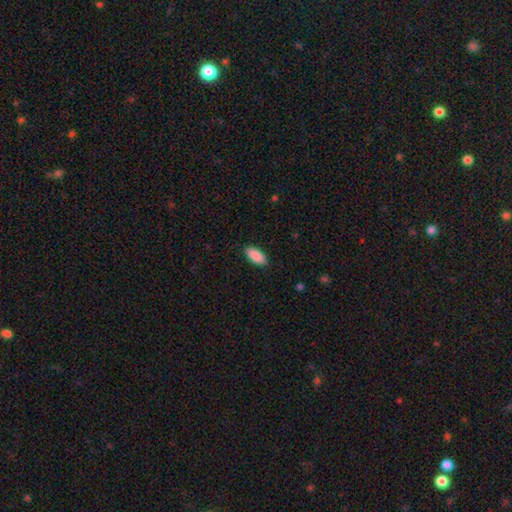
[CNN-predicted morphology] type=smooth (90%); roundness=in between (91%); merging=none (88%).